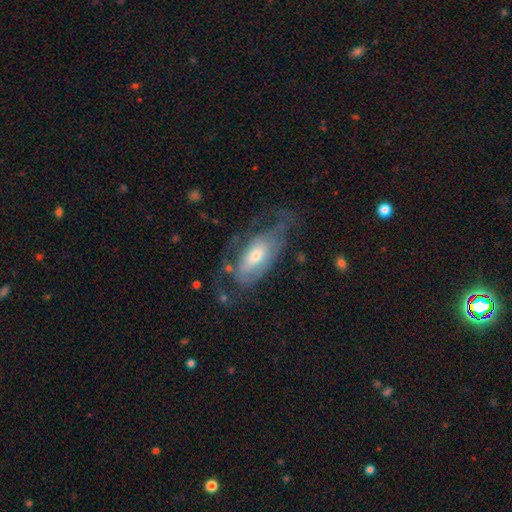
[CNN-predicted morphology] Smooth or featured? featured or disk (65%)
Edge-on disk? no (88%)
Bar? no (62%)
Spiral arms? yes (67%)
Bulge size? moderate (52%)
Merging? none (48%)